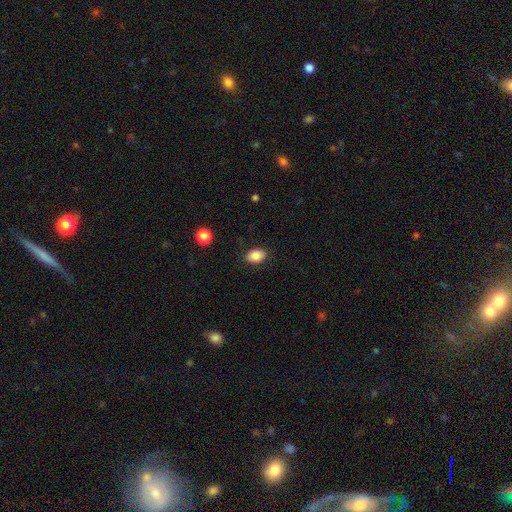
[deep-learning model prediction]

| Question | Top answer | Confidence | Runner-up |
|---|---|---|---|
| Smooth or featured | smooth | 85% | star or artifact (9%) |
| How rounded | in between | 78% | round (21%) |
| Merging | none | 87% | minor disturbance (10%) |